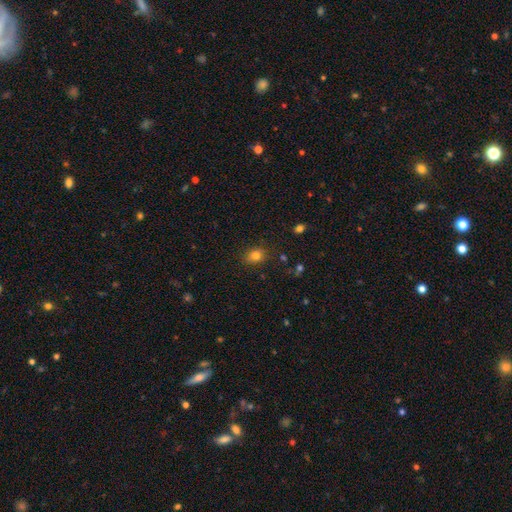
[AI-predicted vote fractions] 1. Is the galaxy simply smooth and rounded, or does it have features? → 79% smooth, 13% star or artifact, 7% featured or disk.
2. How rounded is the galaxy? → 51% round, 47% in between, 1% cigar-shaped.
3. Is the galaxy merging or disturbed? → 82% none, 13% minor disturbance, 3% major disturbance, 2% merger.